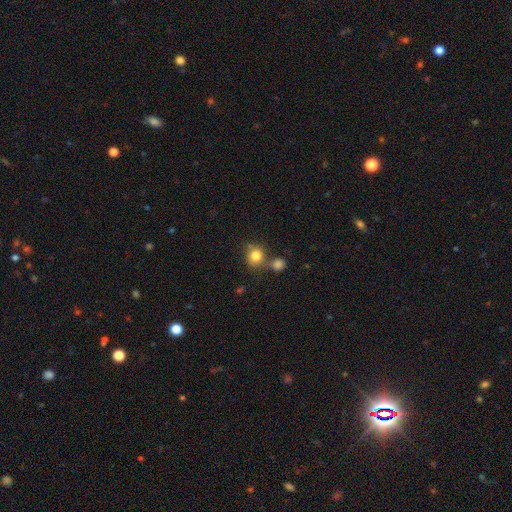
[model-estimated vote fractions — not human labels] Smooth or featured? smooth (81%)
How rounded? round (82%)
Merging? none (58%)